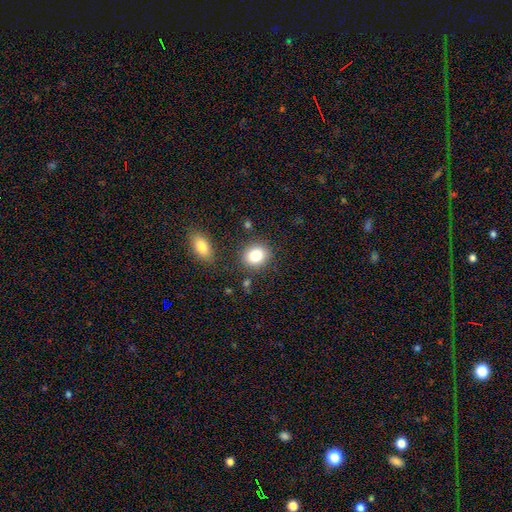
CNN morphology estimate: Overall: smooth (84%). How rounded: round (63%; in between 36%). Merging: none (82%).